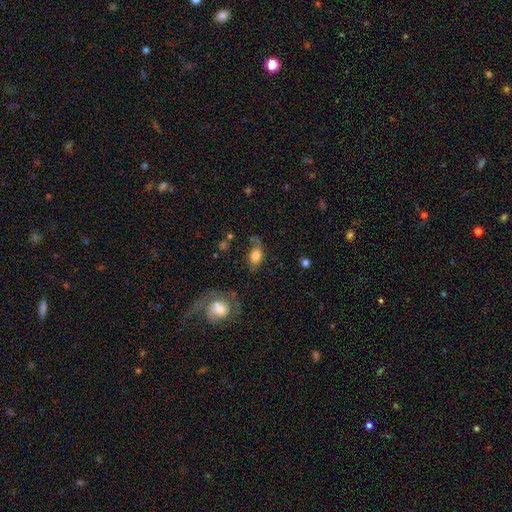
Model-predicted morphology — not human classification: A smooth galaxy with no disk features (76%) that is in between round and cigar-shaped (84%).

Vote fractions:
- Smooth or featured? smooth: 76% / featured or disk: 15% / star or artifact: 9%
- How rounded? in between: 84% / round: 13% / cigar-shaped: 3%
- Merging? none: 58% / minor disturbance: 25% / major disturbance: 11% / merger: 6%